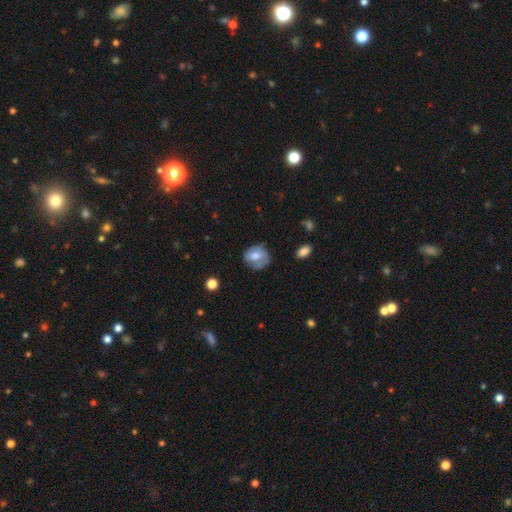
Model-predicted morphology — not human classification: smooth 62%, featured or disk 30%, star or artifact 8%. Down the decision tree: how rounded — round (61%); merging — none (55%).